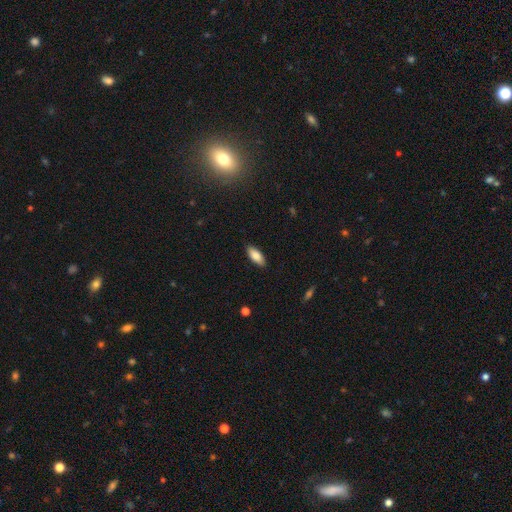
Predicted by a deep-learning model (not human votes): Overall: smooth (85%). How rounded: in between (81%). Merging: none (88%).